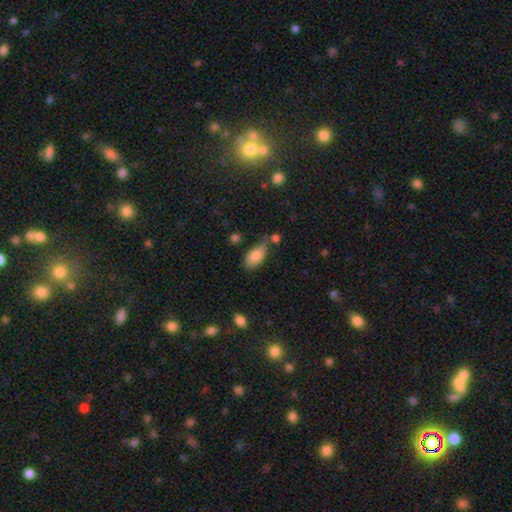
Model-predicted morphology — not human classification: A smooth galaxy with no disk features (82%) that is in between round and cigar-shaped (92%).

Vote fractions:
- Smooth or featured? smooth: 82% / featured or disk: 11% / star or artifact: 7%
- How rounded? in between: 92% / cigar-shaped: 5% / round: 3%
- Merging? none: 60% / minor disturbance: 24% / merger: 9% / major disturbance: 6%